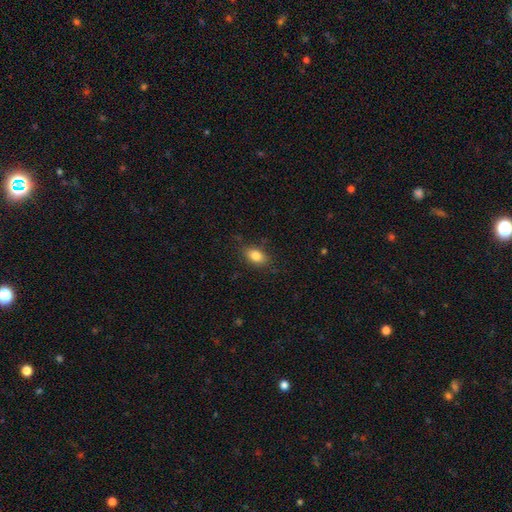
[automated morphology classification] Smooth or featured?
  - smooth: 83% *
  - star or artifact: 9%
  - featured or disk: 8%
How rounded?
  - in between: 86% *
  - round: 11%
  - cigar-shaped: 3%
Merging?
  - none: 83% *
  - minor disturbance: 13%
  - major disturbance: 3%
  - merger: 1%